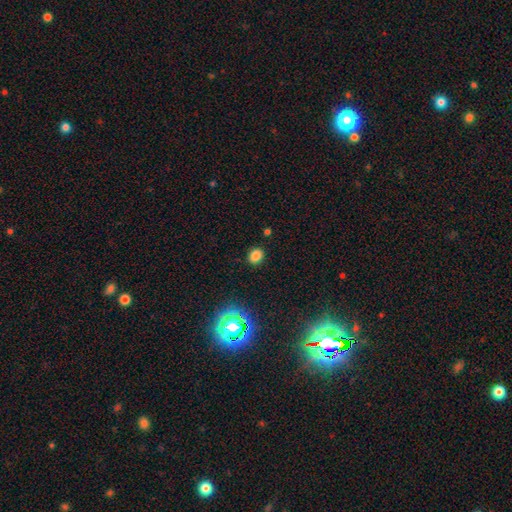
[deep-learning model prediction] smooth 78%, star or artifact 17%, featured or disk 5%. Down the decision tree: how rounded — round (56%); merging — none (87%).